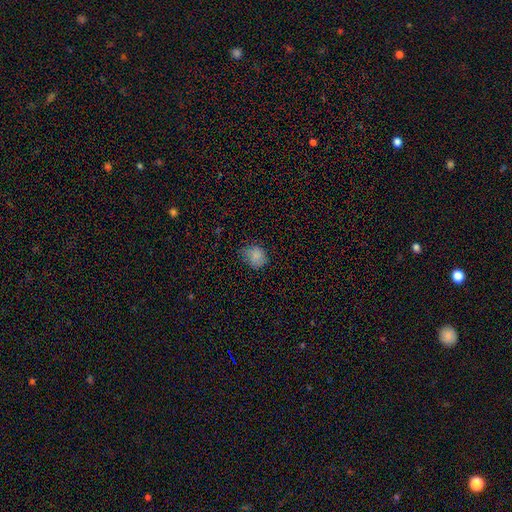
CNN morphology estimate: A smooth galaxy with no disk features (81%) that is round (63%).

Vote fractions:
- Smooth or featured? smooth: 81% / star or artifact: 12% / featured or disk: 7%
- How rounded? round: 63% / in between: 36% / cigar-shaped: 1%
- Merging? none: 68% / minor disturbance: 25% / major disturbance: 6% / merger: 1%